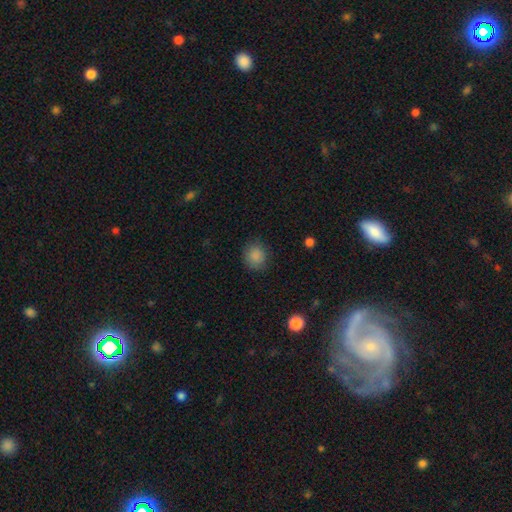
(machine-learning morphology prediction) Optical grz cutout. It shows a smooth galaxy with no disk features (87%) that is round (83%). Merging: none (85%).